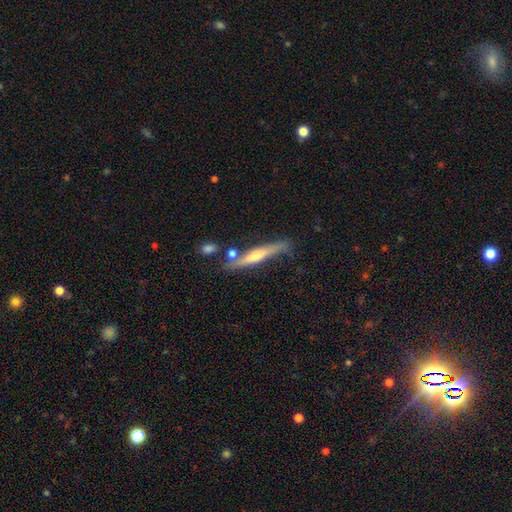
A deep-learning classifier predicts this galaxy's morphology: The model was most divided on "smooth or featured": featured or disk: 66%, smooth: 27%, star or artifact: 6%. More confident: edge-on disk — yes (94%); edge-on bulge — rounded (78%); merging — none (71%).